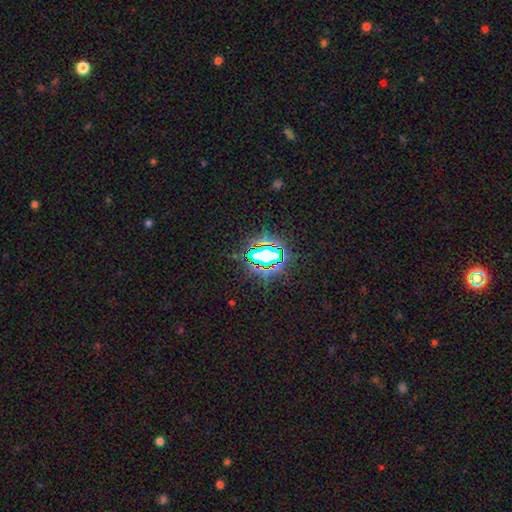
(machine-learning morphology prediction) type=star or artifact (78%).